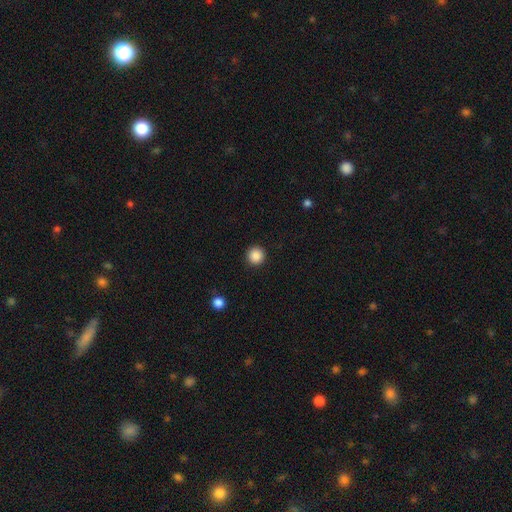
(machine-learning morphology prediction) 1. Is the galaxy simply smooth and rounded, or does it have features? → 88% smooth, 9% star or artifact, 3% featured or disk.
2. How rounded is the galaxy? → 96% round, 3% in between, 1% cigar-shaped.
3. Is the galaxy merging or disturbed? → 93% none, 4% minor disturbance, 2% major disturbance, 1% merger.